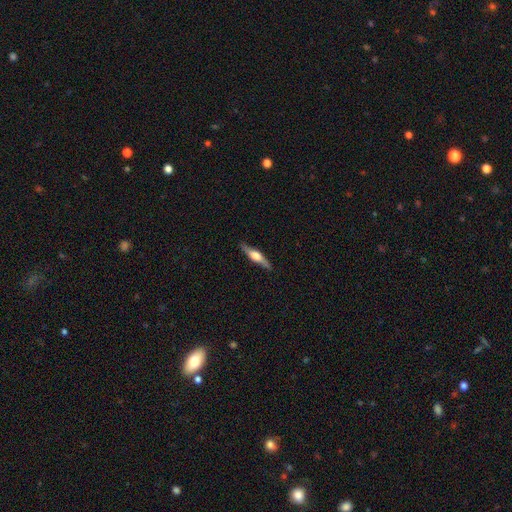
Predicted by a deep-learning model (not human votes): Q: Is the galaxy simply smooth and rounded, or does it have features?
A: featured or disk — 66%.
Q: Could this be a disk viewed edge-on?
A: yes — 94%.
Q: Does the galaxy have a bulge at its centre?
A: rounded — 80%.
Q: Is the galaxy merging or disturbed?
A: none — 86%.